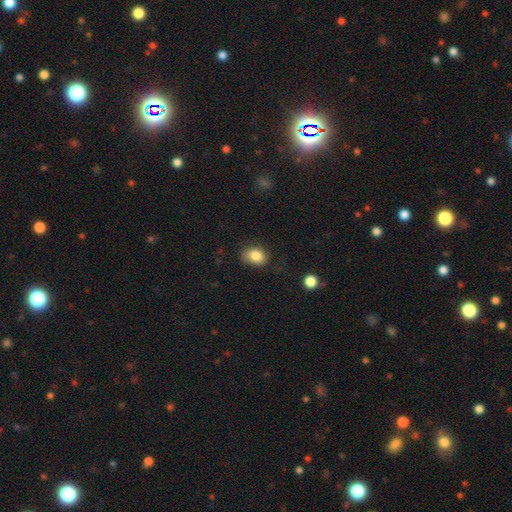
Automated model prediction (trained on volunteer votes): This appears to be a smooth galaxy with no disk features (84%) that is in between round and cigar-shaped (69%). Merging: none (73%).